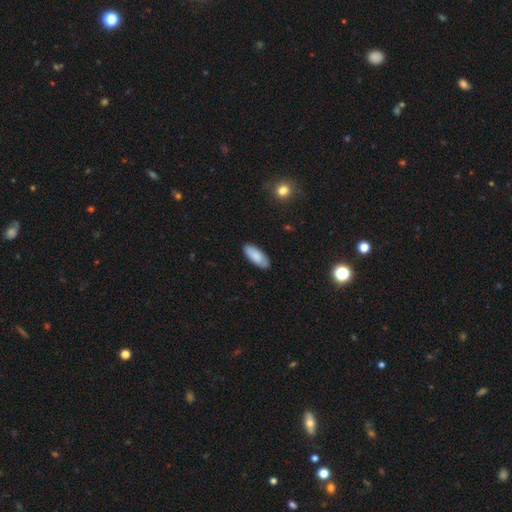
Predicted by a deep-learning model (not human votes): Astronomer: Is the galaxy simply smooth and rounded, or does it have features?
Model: smooth — 86%.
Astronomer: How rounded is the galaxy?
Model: in between — 82%.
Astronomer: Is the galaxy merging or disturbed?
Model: none — 87%.